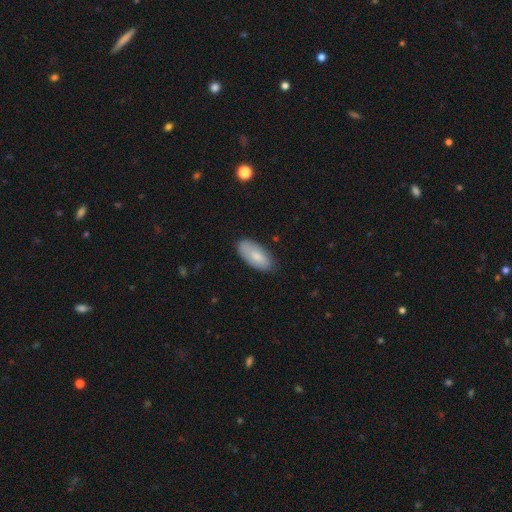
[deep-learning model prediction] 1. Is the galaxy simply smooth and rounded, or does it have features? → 81% smooth, 13% featured or disk, 6% star or artifact.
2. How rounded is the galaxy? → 91% in between, 8% cigar-shaped, 2% round.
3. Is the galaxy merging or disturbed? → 79% none, 17% minor disturbance, 3% major disturbance, 1% merger.